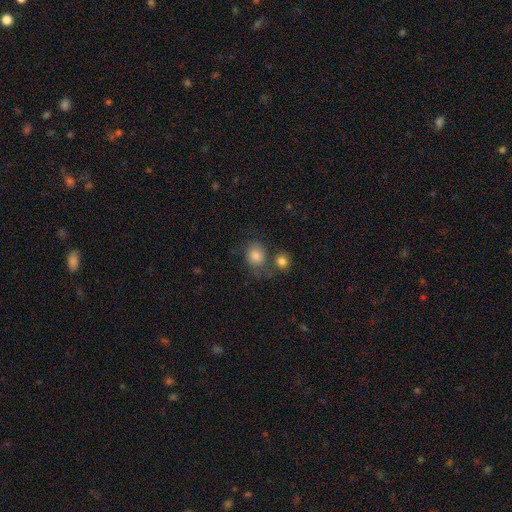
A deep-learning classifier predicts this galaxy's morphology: smooth 81%, star or artifact 10%, featured or disk 9%. Down the decision tree: how rounded — round (67%); merging — none (57%).